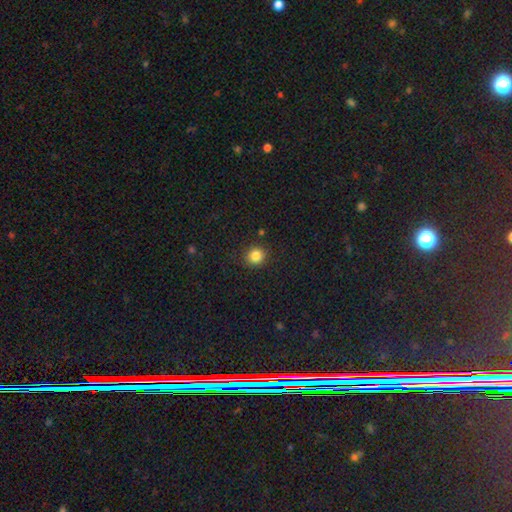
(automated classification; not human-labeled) Smooth or featured: smooth — 84% (star or artifact — 12%)
How rounded: round — 89% (in between — 10%)
Merging: none — 89% (minor disturbance — 7%)